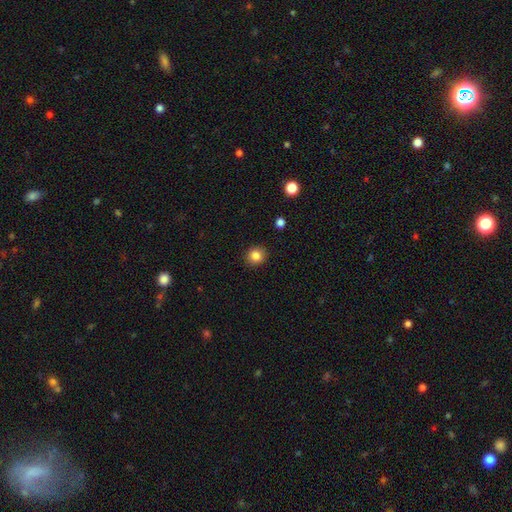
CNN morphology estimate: Q: Smooth or featured?
A: smooth (85%); runner-up: star or artifact (11%)
Q: How rounded?
A: round (87%); runner-up: in between (12%)
Q: Merging?
A: none (90%); runner-up: minor disturbance (7%)